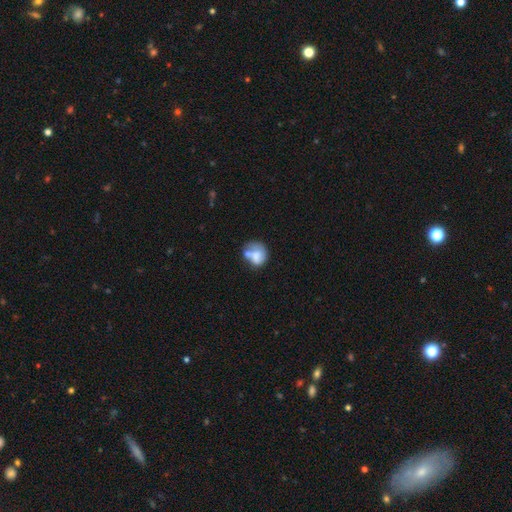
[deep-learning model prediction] smooth 62%, featured or disk 29%, star or artifact 9%. Down the decision tree: how rounded — round (61%); merging — merger (33%).